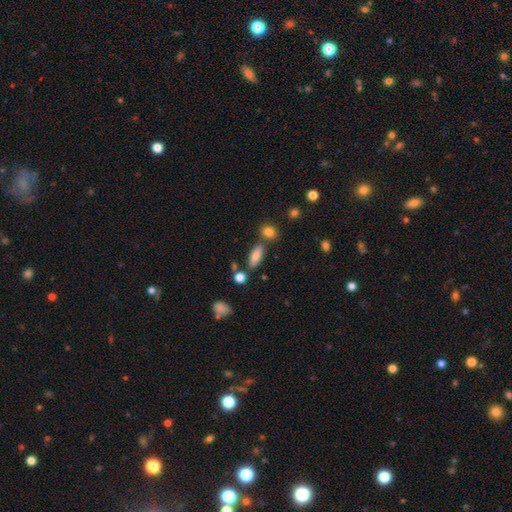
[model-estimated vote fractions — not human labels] This appears to be a smooth galaxy with no disk features (79%) that is in between round and cigar-shaped (68%). Merging: none (71%).